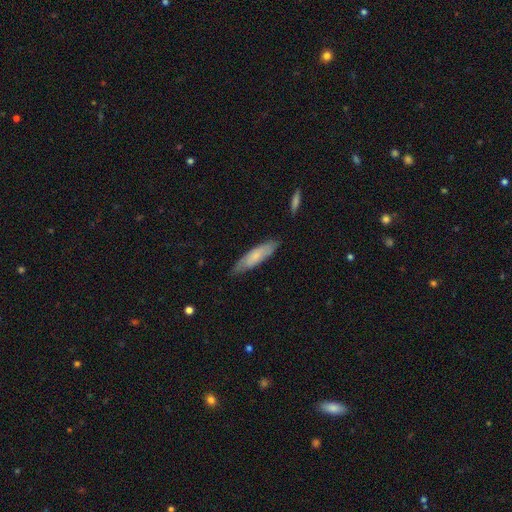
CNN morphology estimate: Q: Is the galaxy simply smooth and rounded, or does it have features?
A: smooth — 66%.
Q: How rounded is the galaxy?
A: cigar-shaped — 67%.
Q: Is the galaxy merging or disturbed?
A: none — 79%.